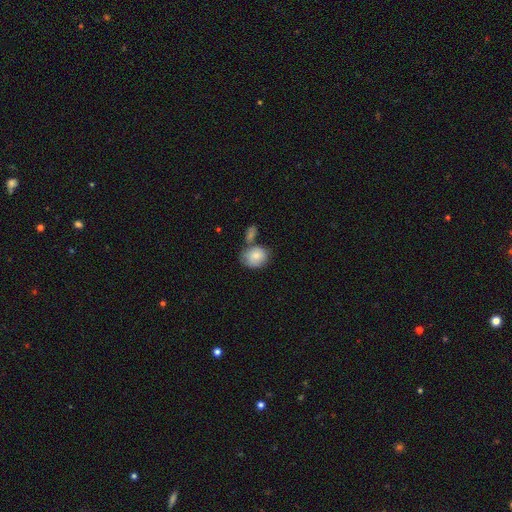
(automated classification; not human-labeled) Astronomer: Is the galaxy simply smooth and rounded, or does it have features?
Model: smooth — 82%.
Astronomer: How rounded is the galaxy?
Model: in between — 51% (runner-up: round, 47%).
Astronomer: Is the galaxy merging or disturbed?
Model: none — 46% (runner-up: merger, 30%).